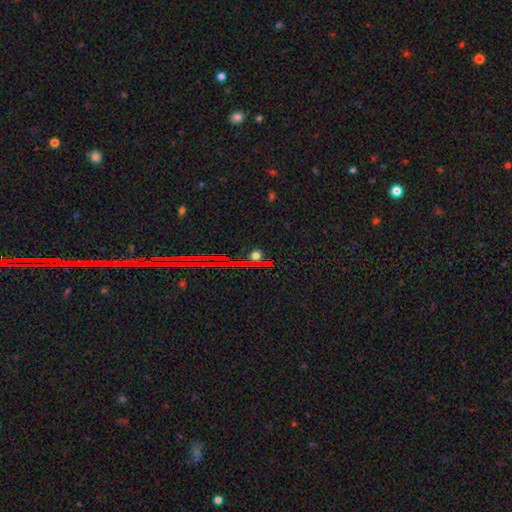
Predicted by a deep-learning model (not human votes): This is likely a star or artifact rather than a galaxy (65%).